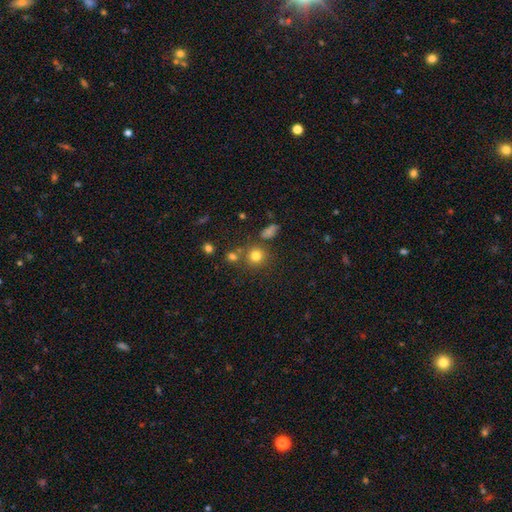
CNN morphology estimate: smooth-or-featured: smooth: 77% | star or artifact: 15% | featured or disk: 8%
  how-rounded: round: 89% | in between: 10% | cigar-shaped: 1%
  merging: none: 73% | merger: 12% | minor disturbance: 10% | major disturbance: 4%